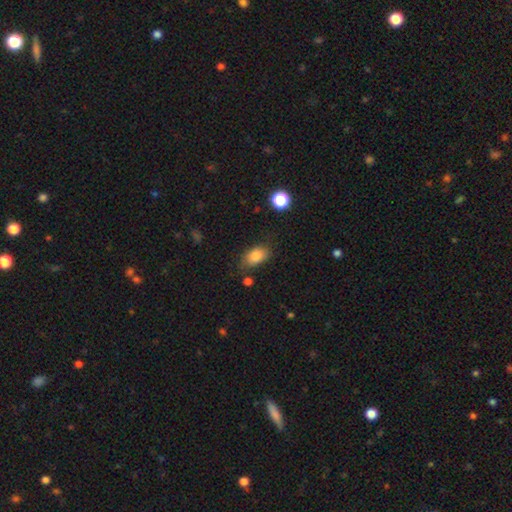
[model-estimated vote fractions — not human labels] This appears to be a smooth galaxy with no disk features (83%) that is in between round and cigar-shaped (88%). Merging: none (73%).